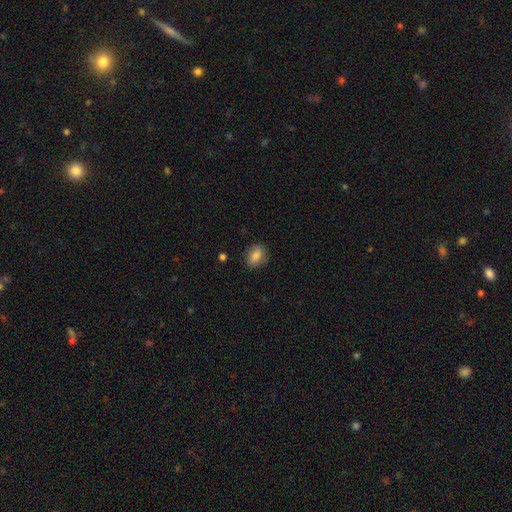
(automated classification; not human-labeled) Smooth or featured? Predicted: smooth (p=0.85). How rounded? Predicted: in between (p=0.73). Merging? Predicted: none (p=0.82).